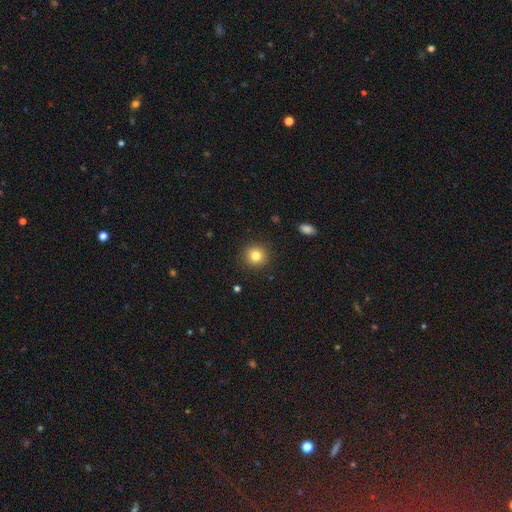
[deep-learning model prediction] Overall: smooth (82%). How rounded: round (91%). Merging: none (91%).